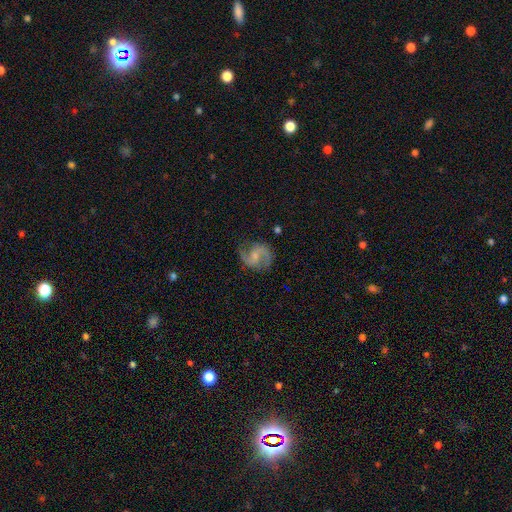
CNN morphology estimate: Smooth or featured: featured or disk — 82% (smooth — 12%)
Edge-on disk: no — 98% (yes — 2%)
Bar: weak — 49% (no — 39%)
Spiral arms: yes — 96% (no — 4%)
Spiral winding: medium — 50% (loose — 38%)
Spiral arm count: 2 — 91% (can't tell — 3%)
Bulge size: small — 46% (moderate — 36%)
Merging: none — 74% (minor disturbance — 17%)